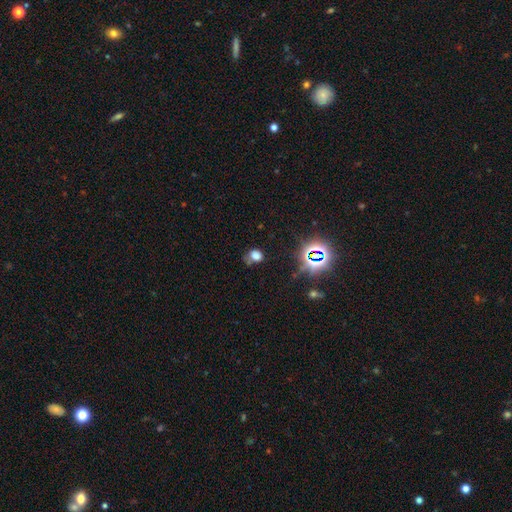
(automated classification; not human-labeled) Q: Smooth or featured?
A: smooth (64%); runner-up: star or artifact (27%)
Q: How rounded?
A: round (51%); runner-up: in between (48%)
Q: Merging?
A: none (53%); runner-up: minor disturbance (24%)